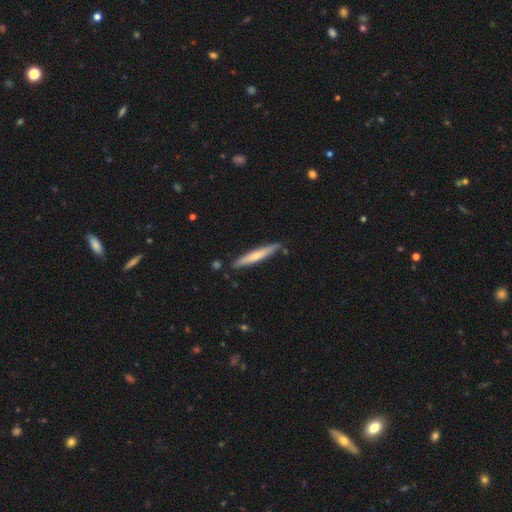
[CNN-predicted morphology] Smooth or featured?
  - smooth: 57% *
  - featured or disk: 38%
  - star or artifact: 5%
How rounded?
  - cigar-shaped: 94% *
  - in between: 5%
  - round: 1%
Merging?
  - none: 85% *
  - minor disturbance: 10%
  - merger: 3%
  - major disturbance: 2%